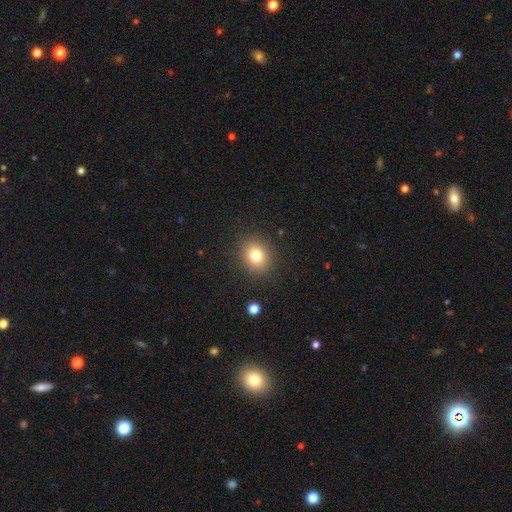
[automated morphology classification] Smooth or featured? Predicted: smooth (p=0.78). How rounded? Predicted: round (p=0.70). Merging? Predicted: none (p=0.88).